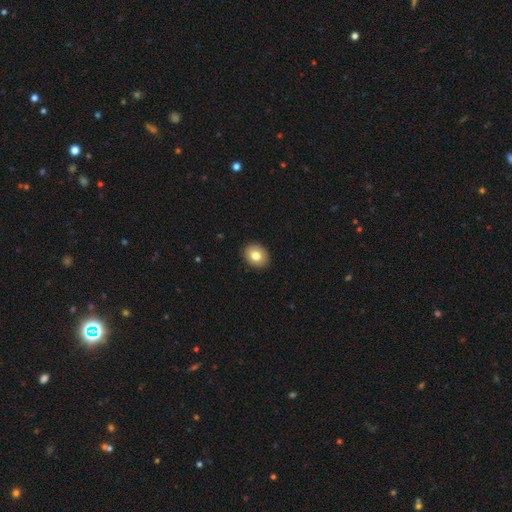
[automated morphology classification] This appears to be a smooth galaxy with no disk features (79%) that is round (51%). Merging: none (90%).